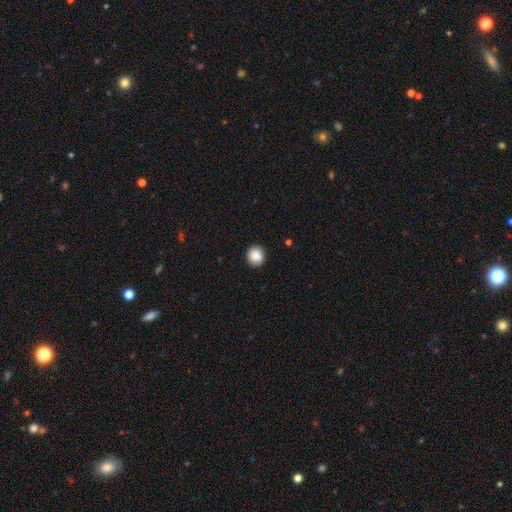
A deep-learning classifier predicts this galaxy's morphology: type=smooth (88%); roundness=round (86%); merging=none (89%).